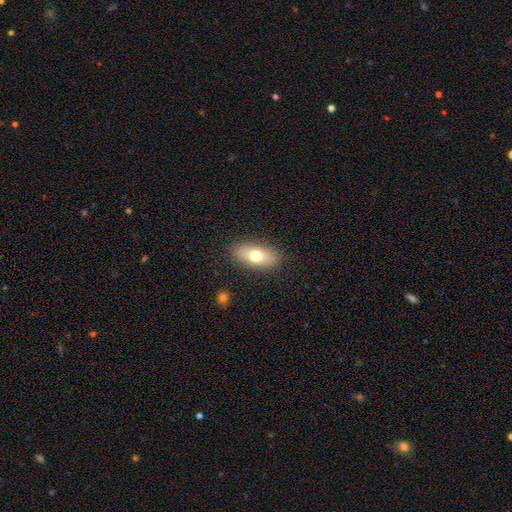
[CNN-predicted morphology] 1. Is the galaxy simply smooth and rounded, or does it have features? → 71% smooth, 22% featured or disk, 8% star or artifact.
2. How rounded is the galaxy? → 84% in between, 10% cigar-shaped, 5% round.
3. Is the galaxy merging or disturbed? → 87% none, 9% minor disturbance, 3% major disturbance, 1% merger.